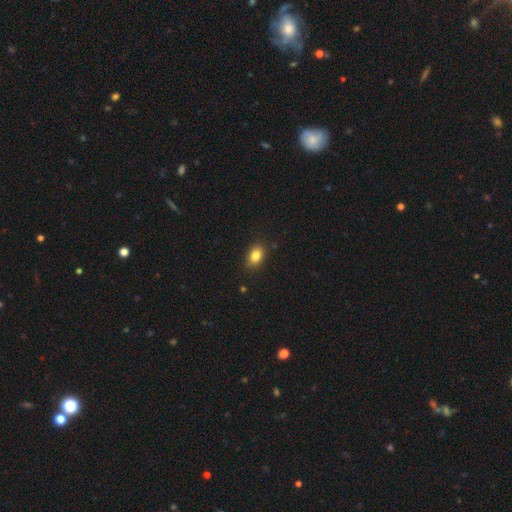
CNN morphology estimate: smooth_or_featured: smooth (p=0.83) [alt: star or artifact p=0.09]
how_rounded: in between (p=0.79) [alt: round p=0.19]
merging: none (p=0.86) [alt: minor disturbance p=0.11]